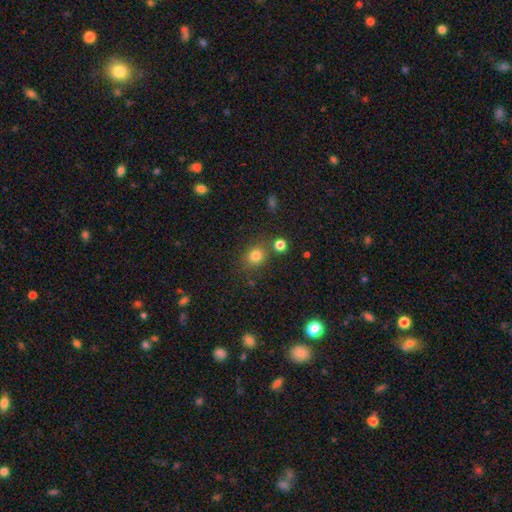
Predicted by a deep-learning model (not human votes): This is clearly a smooth galaxy (80%). How rounded: likely round (72%). Merging: likely none (75%).